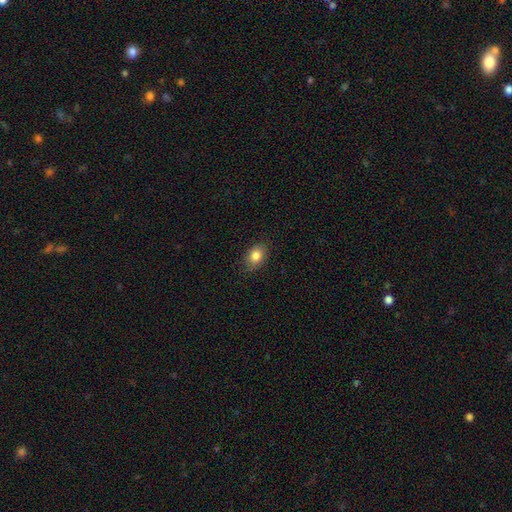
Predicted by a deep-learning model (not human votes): Smooth or featured? smooth (83%)
How rounded? in between (79%)
Merging? none (83%)